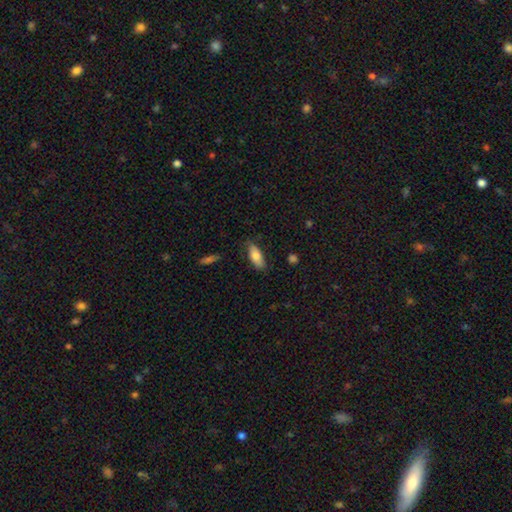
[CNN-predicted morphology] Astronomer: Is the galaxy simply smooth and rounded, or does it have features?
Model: smooth — 77%.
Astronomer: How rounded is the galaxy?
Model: in between — 79%.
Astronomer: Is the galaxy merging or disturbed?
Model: none — 78%.